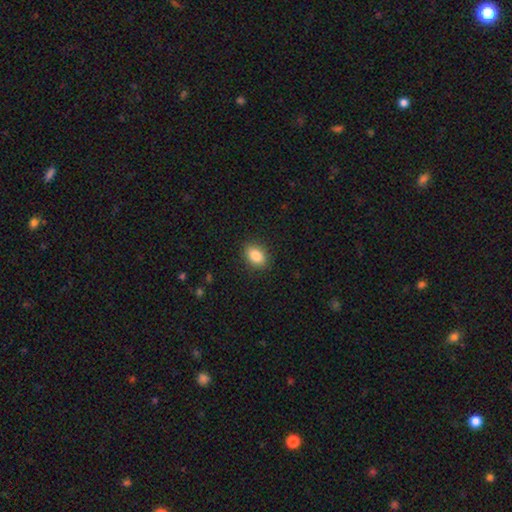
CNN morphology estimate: smooth_or_featured: smooth (p=0.86) [alt: star or artifact p=0.08]
how_rounded: in between (p=0.81) [alt: round p=0.17]
merging: none (p=0.88) [alt: minor disturbance p=0.09]